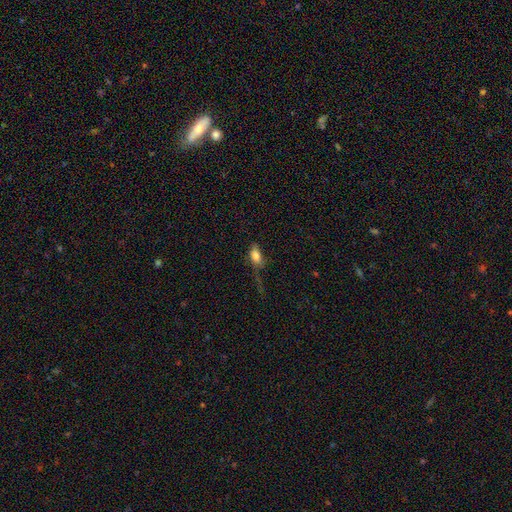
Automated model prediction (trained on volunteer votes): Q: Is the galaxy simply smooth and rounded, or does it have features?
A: smooth — 78%.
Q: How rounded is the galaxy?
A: in between — 88%.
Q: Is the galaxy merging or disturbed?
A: none — 44%.